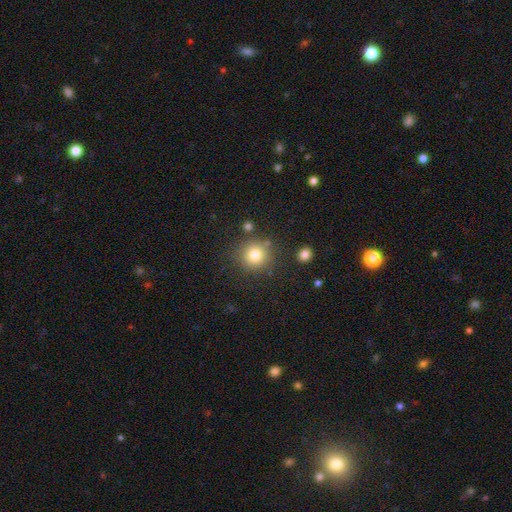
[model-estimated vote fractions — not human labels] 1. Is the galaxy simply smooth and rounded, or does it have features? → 76% smooth, 16% star or artifact, 7% featured or disk.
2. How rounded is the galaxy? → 93% round, 6% in between, 1% cigar-shaped.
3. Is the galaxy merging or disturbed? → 85% none, 8% minor disturbance, 5% merger, 3% major disturbance.